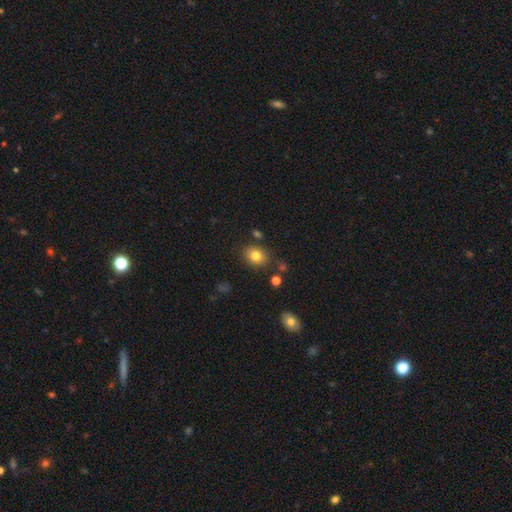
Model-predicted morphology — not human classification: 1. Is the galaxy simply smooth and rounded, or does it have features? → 81% smooth, 11% star or artifact, 8% featured or disk.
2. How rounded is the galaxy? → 63% round, 37% in between, 1% cigar-shaped.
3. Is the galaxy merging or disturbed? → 81% none, 11% minor disturbance, 4% merger, 3% major disturbance.